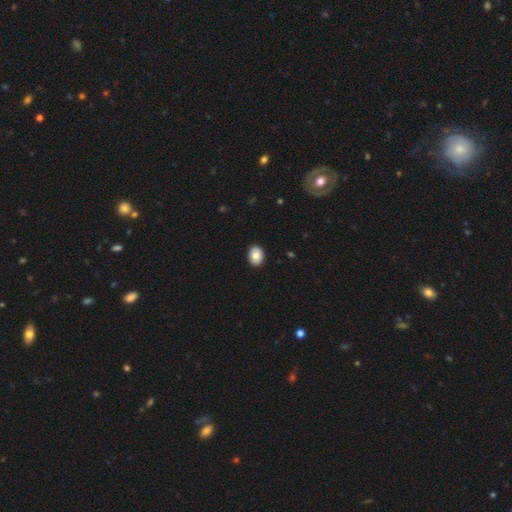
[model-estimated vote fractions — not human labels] A smooth galaxy with no disk features (80%) that is in between round and cigar-shaped (71%).

Vote fractions:
- Smooth or featured? smooth: 80% / featured or disk: 13% / star or artifact: 7%
- How rounded? in between: 71% / round: 28% / cigar-shaped: 1%
- Merging? none: 90% / minor disturbance: 7% / major disturbance: 2% / merger: 1%